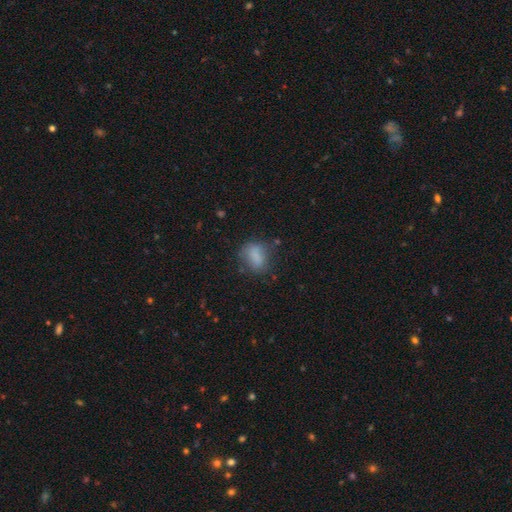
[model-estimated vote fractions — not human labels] This appears to be a smooth galaxy with no disk features (78%) that is in between round and cigar-shaped (70%). Merging: none (58%).